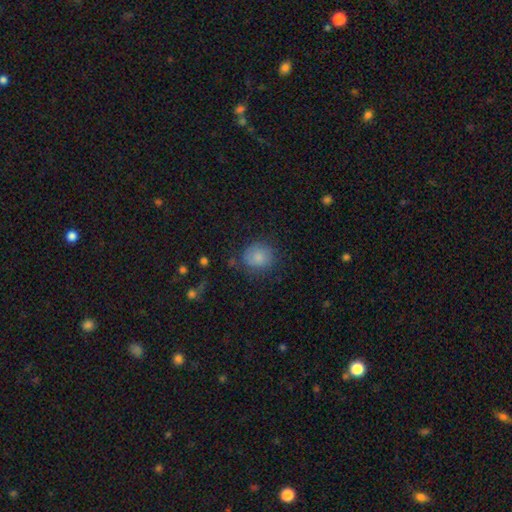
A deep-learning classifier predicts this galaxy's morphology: This is likely a smooth galaxy (79%). How rounded: likely round (79%). Merging: likely none (77%).